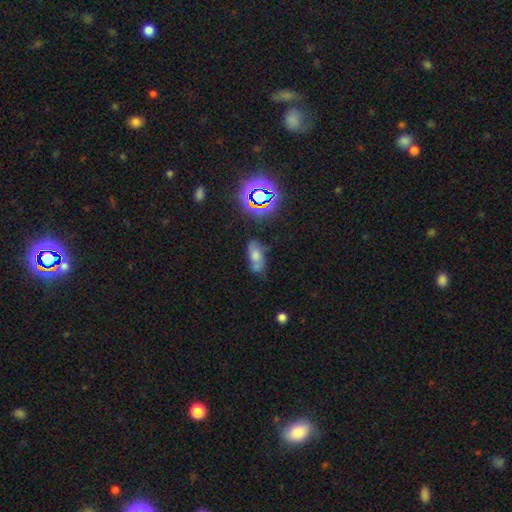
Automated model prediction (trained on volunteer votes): Smooth or featured? smooth (55%)
How rounded? in between (81%)
Merging? none (47%)